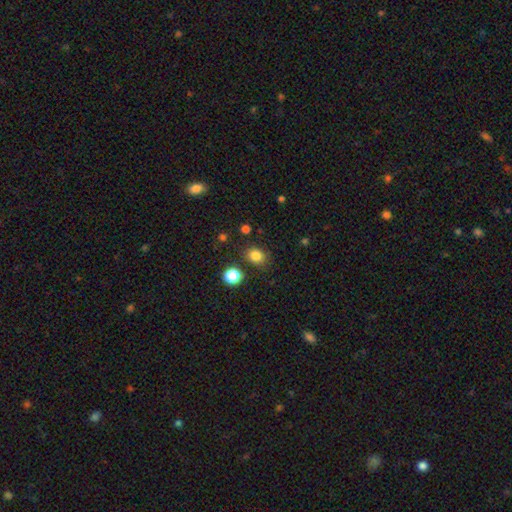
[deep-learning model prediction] A smooth galaxy with no disk features (81%) that is round (60%). Merging: none (82%).